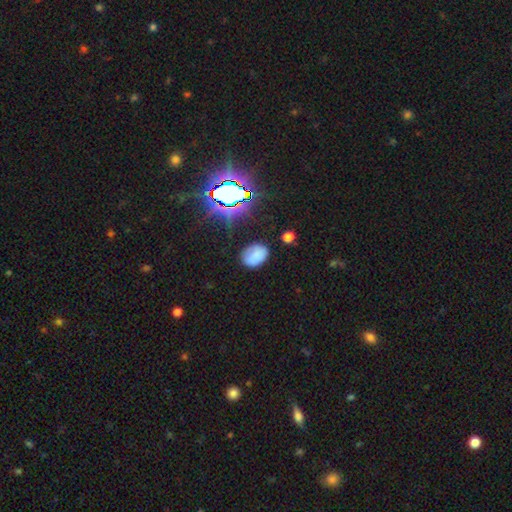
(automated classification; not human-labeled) Smooth or featured? smooth (76%)
How rounded? in between (75%)
Merging? none (73%)